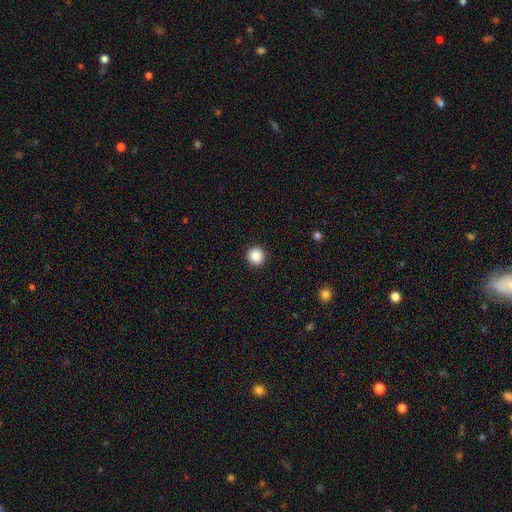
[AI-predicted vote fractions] Smooth or featured?
  - smooth: 88% *
  - star or artifact: 9%
  - featured or disk: 3%
How rounded?
  - round: 95% *
  - in between: 4%
  - cigar-shaped: 1%
Merging?
  - none: 93% *
  - minor disturbance: 4%
  - major disturbance: 2%
  - merger: 1%